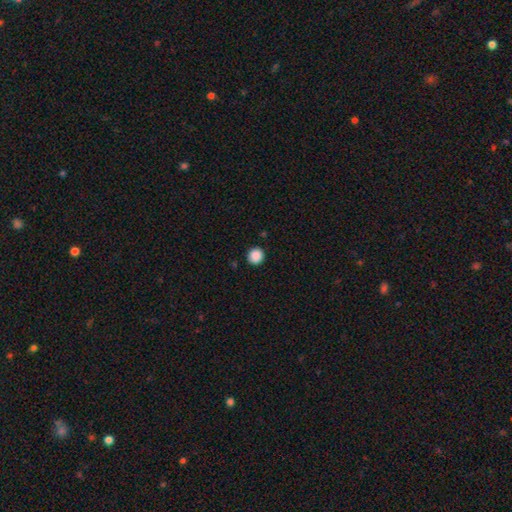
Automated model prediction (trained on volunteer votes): Smooth or featured? smooth (89%)
How rounded? round (94%)
Merging? none (92%)